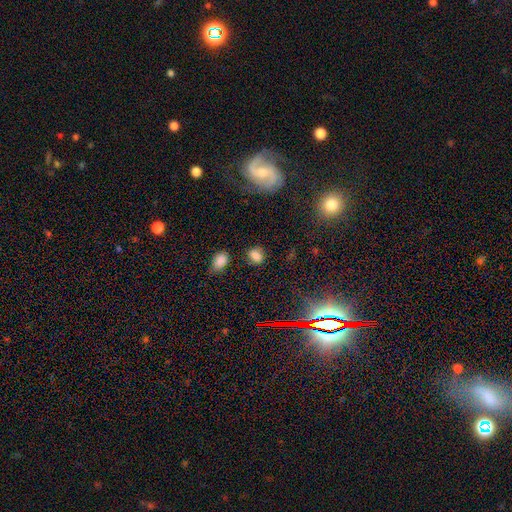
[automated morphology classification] This is likely a smooth galaxy (78%). How rounded: possibly in between (60%). Merging: likely none (78%).